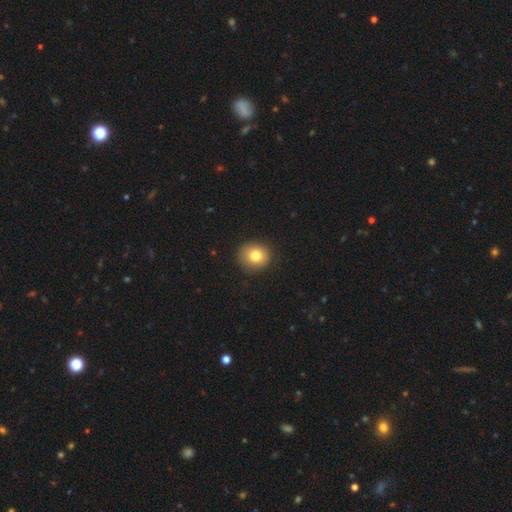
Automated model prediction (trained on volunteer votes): Smooth or featured? smooth (80%)
How rounded? round (85%)
Merging? none (89%)